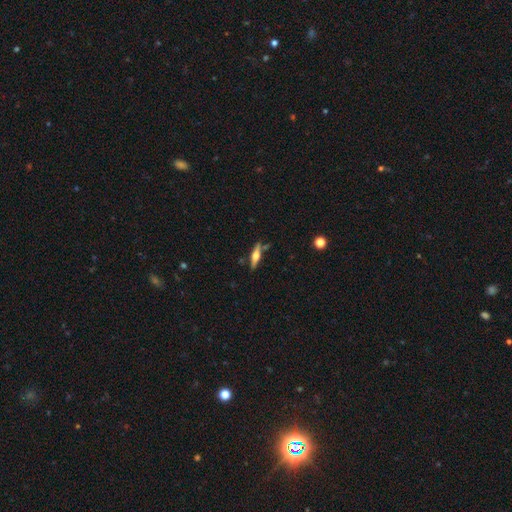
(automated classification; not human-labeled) Smooth or featured? featured or disk (59%)
Edge-on disk? yes (95%)
Edge-on bulge? rounded (91%)
Merging? none (79%)